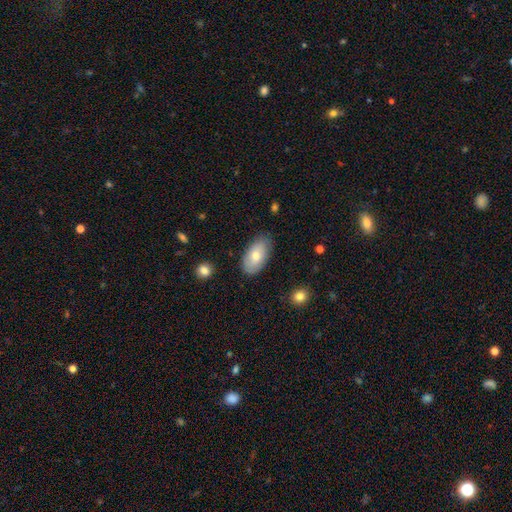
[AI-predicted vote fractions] A smooth galaxy with no disk features (68%) that is in between round and cigar-shaped (94%). Merging: none (81%).